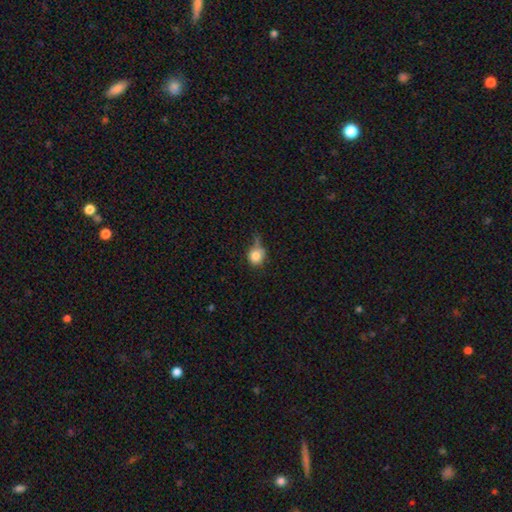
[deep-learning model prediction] A smooth galaxy with no disk features (81%) that is round (82%).

Vote fractions:
- Smooth or featured? smooth: 81% / star or artifact: 10% / featured or disk: 10%
- How rounded? round: 82% / in between: 16% / cigar-shaped: 1%
- Merging? none: 39% / minor disturbance: 34% / major disturbance: 18% / merger: 9%